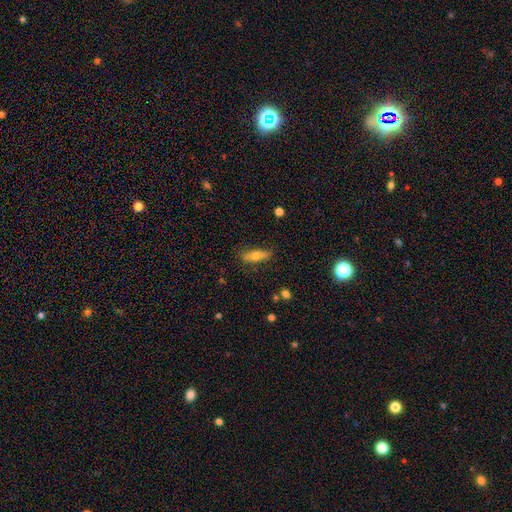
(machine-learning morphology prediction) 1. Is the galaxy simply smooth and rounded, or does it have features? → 58% smooth, 33% featured or disk, 9% star or artifact.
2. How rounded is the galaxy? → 48% in between (tied), 48% cigar-shaped (tied), 4% round.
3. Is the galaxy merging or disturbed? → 81% none, 14% minor disturbance, 3% major disturbance, 2% merger.